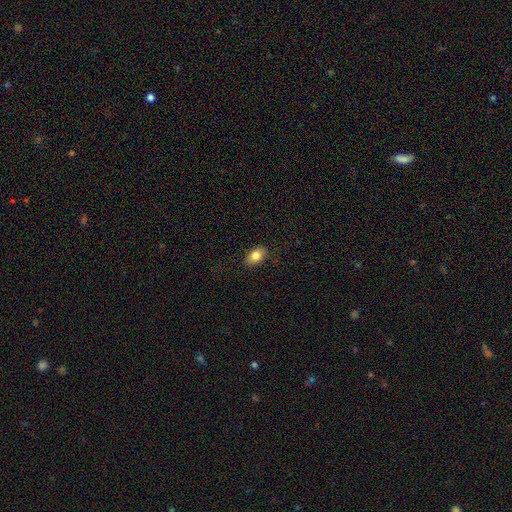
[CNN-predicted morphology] The model was most divided on "merging": none: 84%, minor disturbance: 12%, major disturbance: 3%, merger: 1%. More confident: how rounded — in between (87%); smooth or featured — smooth (83%).